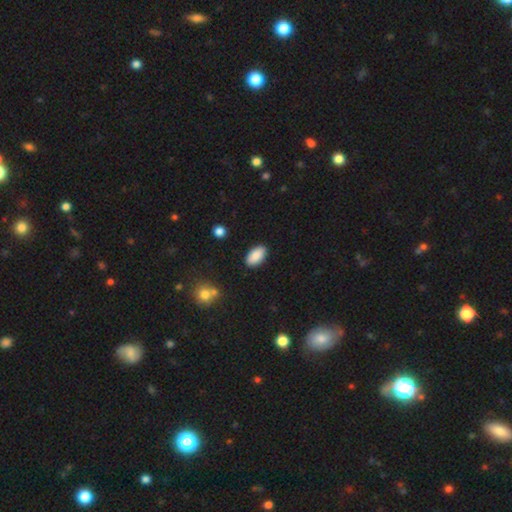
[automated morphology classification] Smooth or featured?
  - smooth: 89% *
  - star or artifact: 7%
  - featured or disk: 5%
How rounded?
  - in between: 94% *
  - round: 3%
  - cigar-shaped: 3%
Merging?
  - none: 89% *
  - minor disturbance: 8%
  - major disturbance: 2%
  - merger: 1%